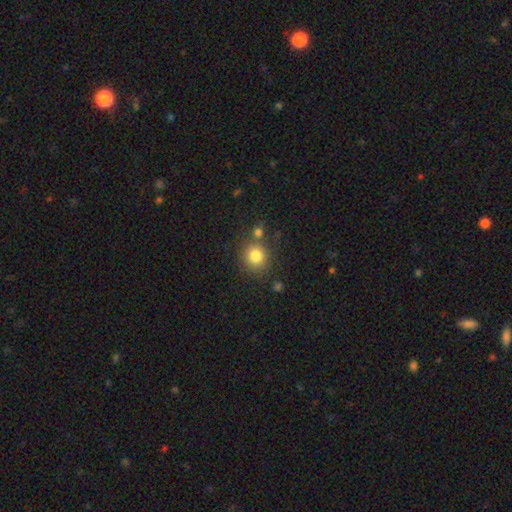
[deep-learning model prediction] Smooth or featured? Predicted: smooth (p=0.82). How rounded? Predicted: round (p=0.86). Merging? Predicted: none (p=0.72).